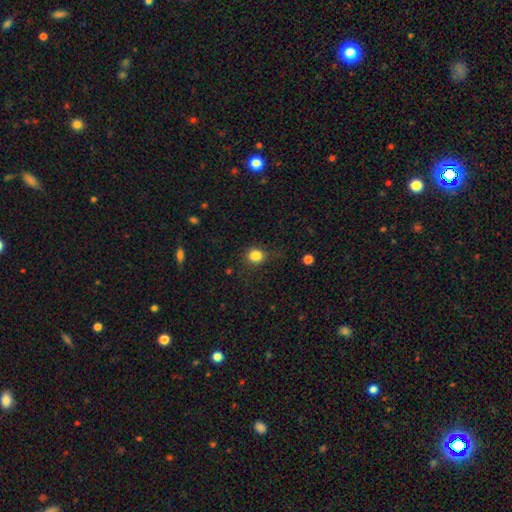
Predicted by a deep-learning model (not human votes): A smooth galaxy with no disk features (84%) that is round (81%).

Vote fractions:
- Smooth or featured? smooth: 84% / star or artifact: 12% / featured or disk: 4%
- How rounded? round: 81% / in between: 18% / cigar-shaped: 1%
- Merging? none: 75% / minor disturbance: 17% / major disturbance: 6% / merger: 2%